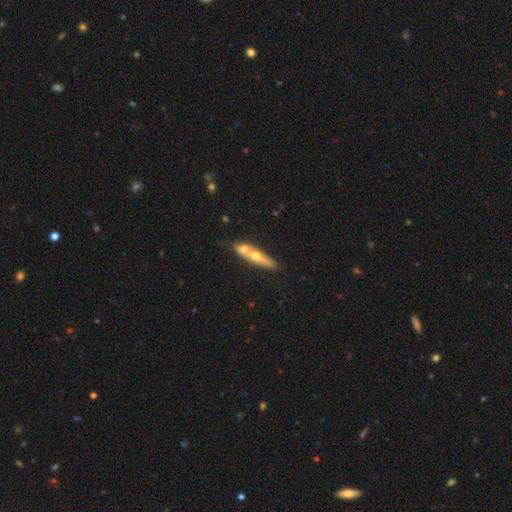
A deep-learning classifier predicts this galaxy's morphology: Overall: smooth (48%; featured or disk 46%). Merging: merger (43%; none 40%).